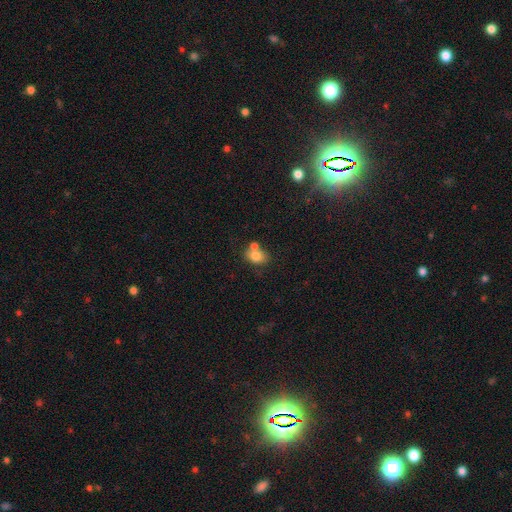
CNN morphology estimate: smooth 78%, featured or disk 12%, star or artifact 10%. Down the decision tree: how rounded — in between (66%); merging — none (48%).